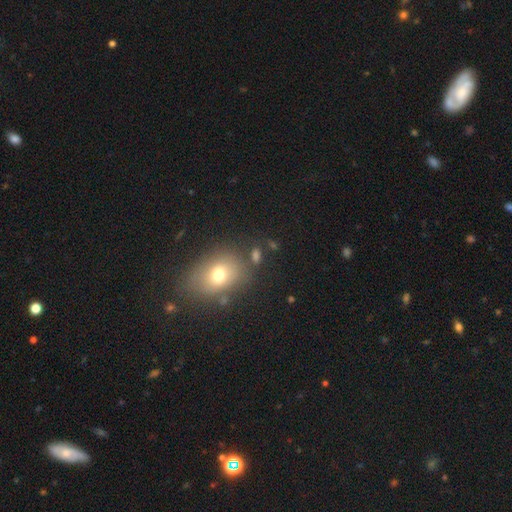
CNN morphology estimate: This is likely a smooth galaxy (63%). How rounded: possibly in between (60%). Merging: likely none (68%).